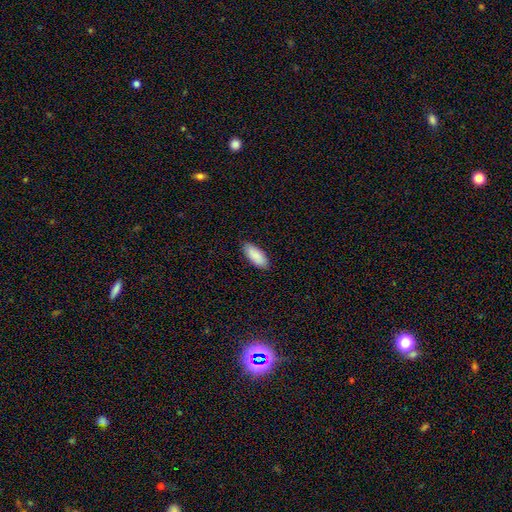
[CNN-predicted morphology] Smooth or featured? Predicted: smooth (p=0.90). How rounded? Predicted: in between (p=0.84). Merging? Predicted: none (p=0.88).